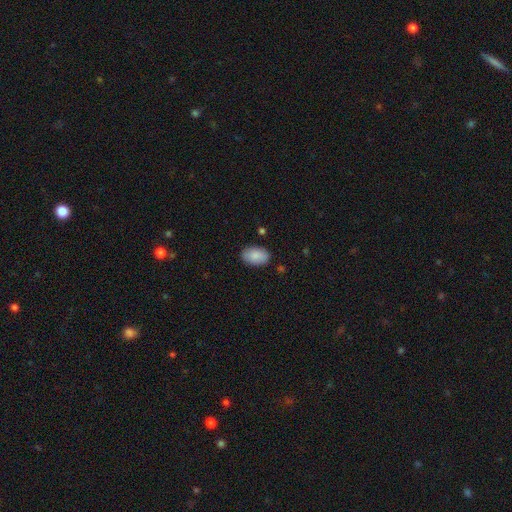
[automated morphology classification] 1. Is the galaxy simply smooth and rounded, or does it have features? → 87% smooth, 7% featured or disk, 6% star or artifact.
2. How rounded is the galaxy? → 92% in between, 7% round, 1% cigar-shaped.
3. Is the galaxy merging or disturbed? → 85% none, 11% minor disturbance, 2% major disturbance, 1% merger.